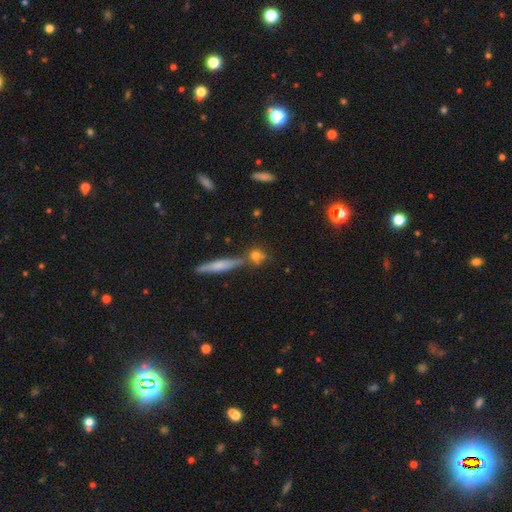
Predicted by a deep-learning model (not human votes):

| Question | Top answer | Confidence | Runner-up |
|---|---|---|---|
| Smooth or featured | smooth | 66% | featured or disk (19%) |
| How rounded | round | 63% | in between (19%) |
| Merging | none | 62% | merger (21%) |